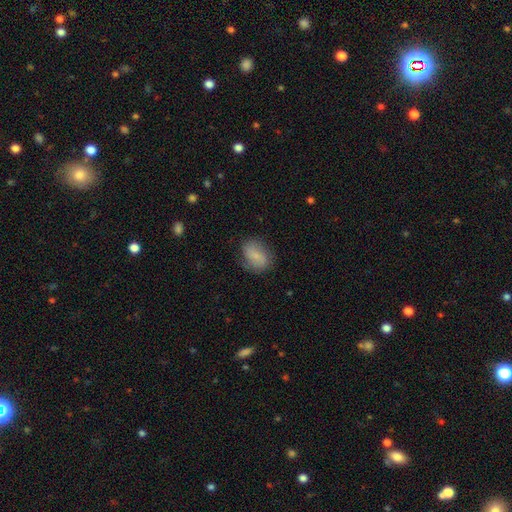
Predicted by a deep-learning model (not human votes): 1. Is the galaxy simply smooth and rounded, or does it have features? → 66% smooth, 26% featured or disk, 8% star or artifact.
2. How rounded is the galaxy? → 71% in between, 27% round, 2% cigar-shaped.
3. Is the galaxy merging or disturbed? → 71% none, 21% minor disturbance, 7% major disturbance, 1% merger.